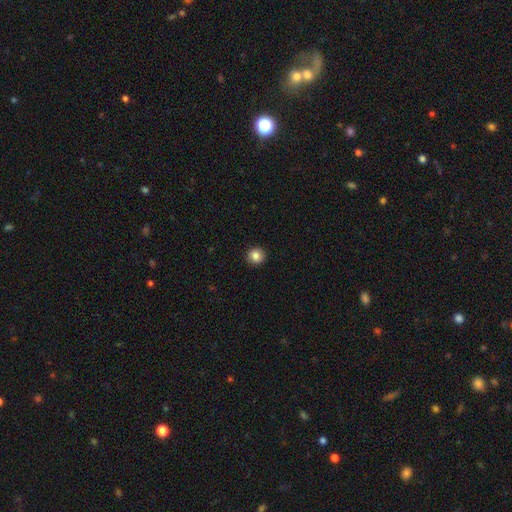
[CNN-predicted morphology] Q: Smooth or featured?
A: smooth (85%); runner-up: star or artifact (10%)
Q: How rounded?
A: round (92%); runner-up: in between (7%)
Q: Merging?
A: none (93%); runner-up: minor disturbance (4%)